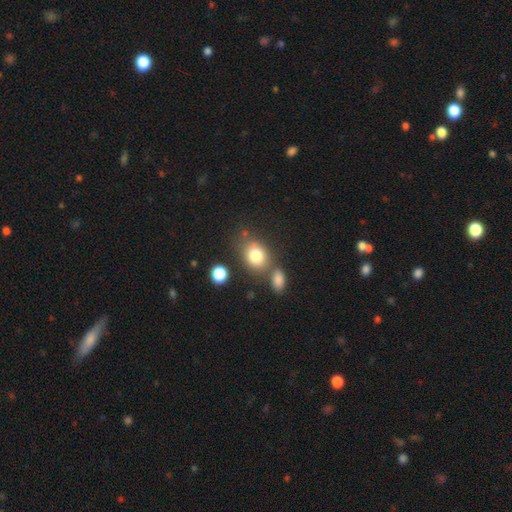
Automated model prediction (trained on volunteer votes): A smooth galaxy with no disk features (79%) that is in between round and cigar-shaped (56%). Merging: none (59%).